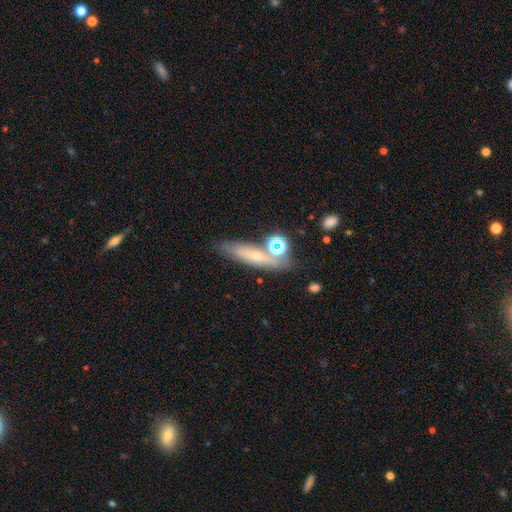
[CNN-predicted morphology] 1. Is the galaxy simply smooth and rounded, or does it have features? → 50% smooth, 31% featured or disk, 18% star or artifact.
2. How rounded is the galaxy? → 61% cigar-shaped, 27% in between, 12% round.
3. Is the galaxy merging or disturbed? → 66% none, 15% minor disturbance, 13% merger, 6% major disturbance.